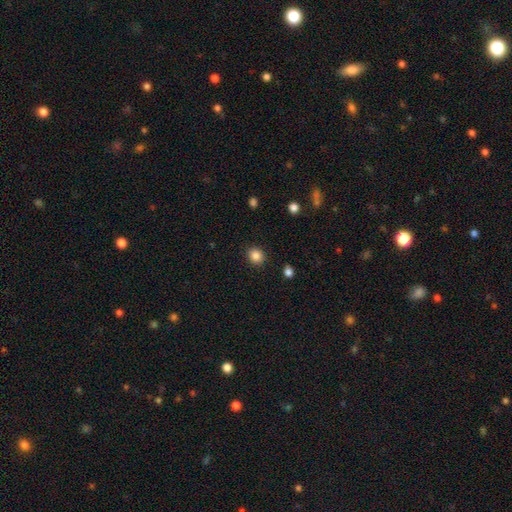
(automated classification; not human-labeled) Morphology: type=smooth (86%); roundness=round (84%); merging=none (90%).